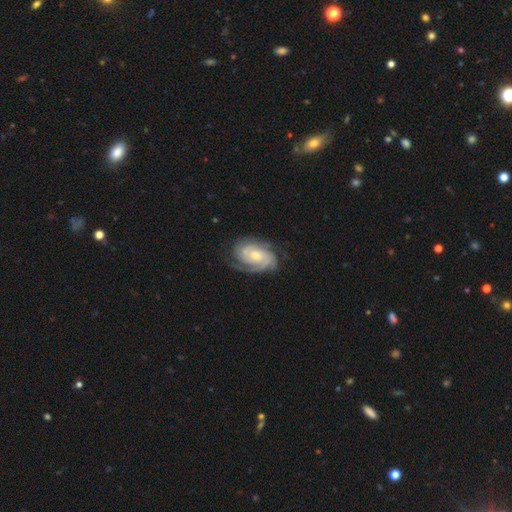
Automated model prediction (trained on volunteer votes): featured or disk 87%, smooth 9%, star or artifact 5%. Down the decision tree: edge-on disk — no (97%); bar — no (68%); spiral arms — yes (97%); spiral arm count — 2 (31%, tied with 3); spiral winding — tight (68%); bulge size — moderate (52%); merging — none (75%).